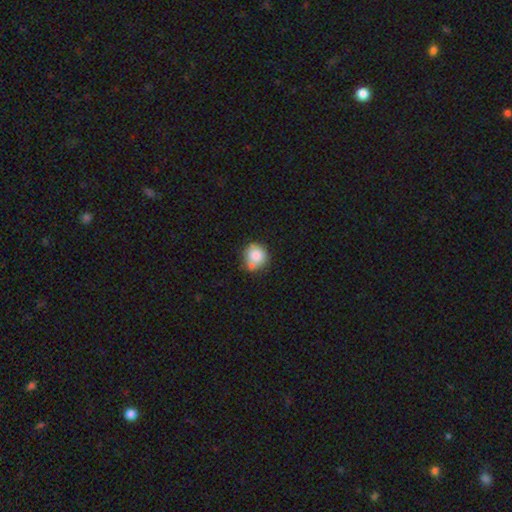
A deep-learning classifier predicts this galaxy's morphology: Smooth or featured: smooth — 82% (featured or disk — 10%)
How rounded: round — 86% (in between — 13%)
Merging: none — 56% (minor disturbance — 21%)